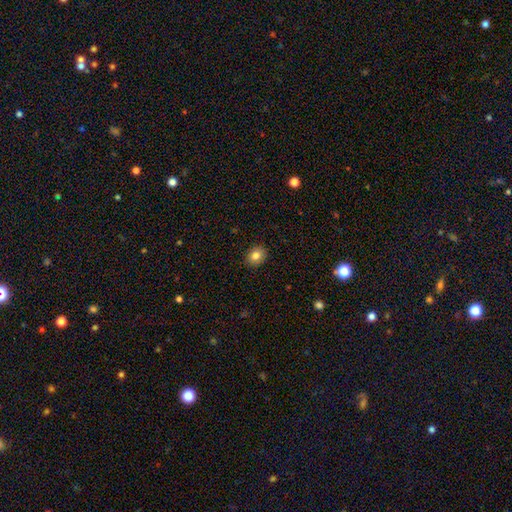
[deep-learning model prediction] A smooth galaxy with no disk features (83%) that is in between round and cigar-shaped (51%).

Vote fractions:
- Smooth or featured? smooth: 83% / star or artifact: 9% / featured or disk: 8%
- How rounded? in between: 51% / round: 48% / cigar-shaped: 1%
- Merging? none: 90% / minor disturbance: 7% / major disturbance: 2% / merger: 1%